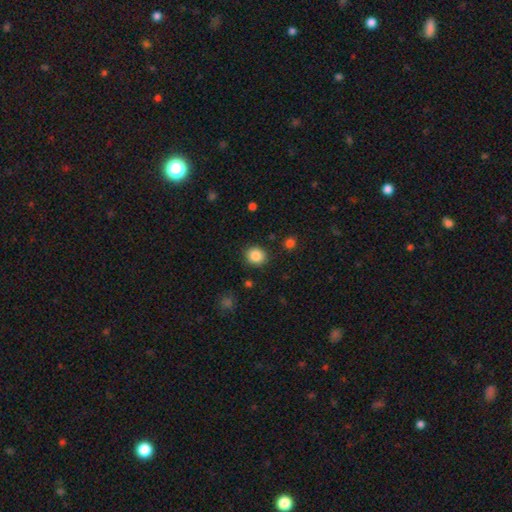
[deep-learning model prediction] This is clearly a smooth galaxy (86%). How rounded: clearly round (85%). Merging: clearly none (89%).